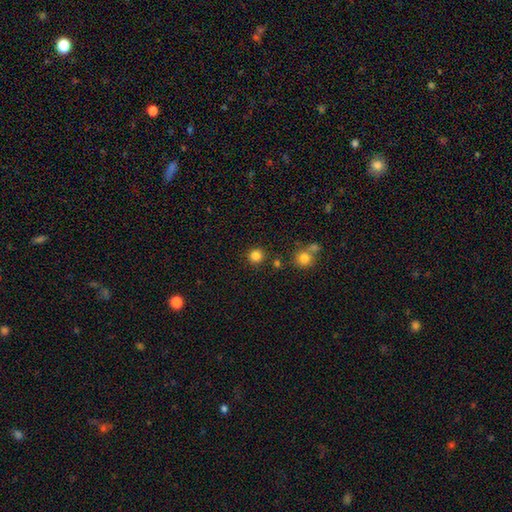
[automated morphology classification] A smooth galaxy with no disk features (83%) that is round (94%). Merging: none (86%).